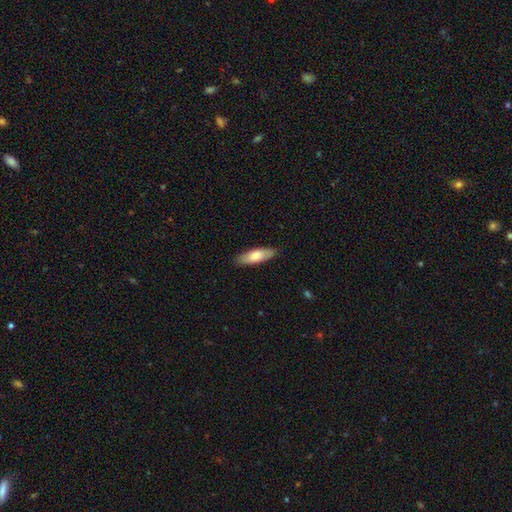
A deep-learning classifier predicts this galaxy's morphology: Q: Smooth or featured?
A: smooth (77%); runner-up: featured or disk (18%)
Q: How rounded?
A: in between (53%); runner-up: cigar-shaped (45%)
Q: Merging?
A: none (88%); runner-up: minor disturbance (9%)